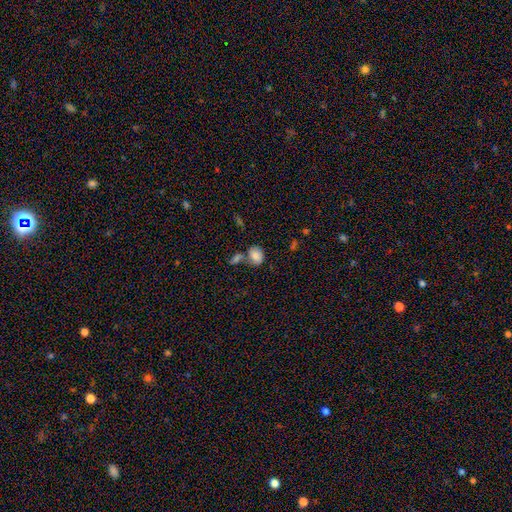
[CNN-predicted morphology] Overall: smooth (83%). How rounded: in between (54%; round 45%). Merging: none (49%; merger 31%).